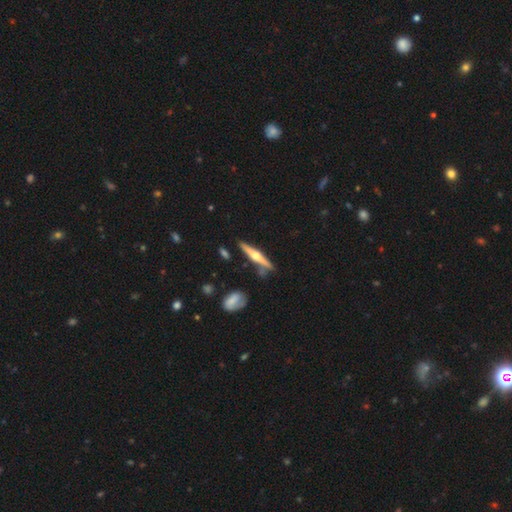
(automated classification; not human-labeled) Morphology: type=featured or disk (71%); edge-on=yes (97%); edge-on bulge=rounded (94%); merging=none (82%).